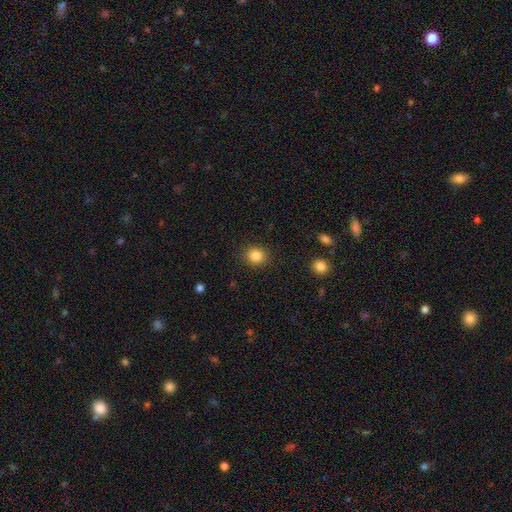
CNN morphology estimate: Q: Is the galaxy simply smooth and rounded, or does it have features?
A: smooth — 85%.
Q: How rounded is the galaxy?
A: round — 80%.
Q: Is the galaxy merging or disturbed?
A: none — 89%.